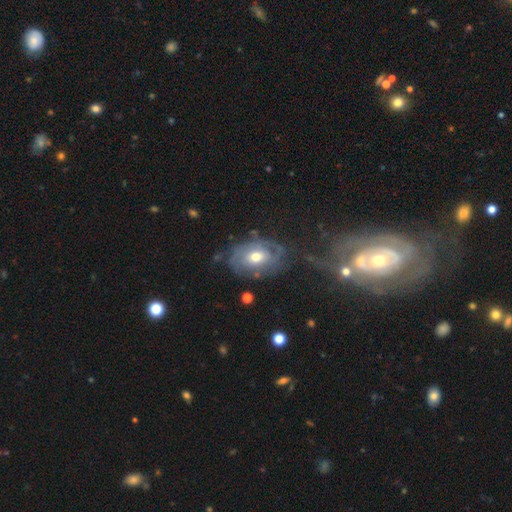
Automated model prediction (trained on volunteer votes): A featured or disk galaxy (55%) with no bar (67%), spiral arms (73%) and a moderate central bulge (54%). Merging: none (55%).